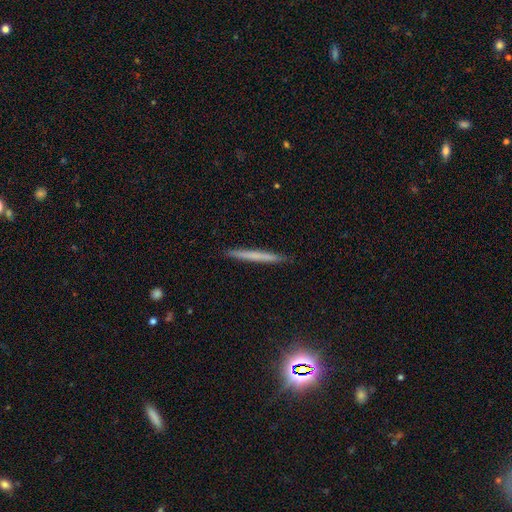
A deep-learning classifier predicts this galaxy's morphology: A smooth galaxy with no disk features (60%) that is cigar-shaped (97%).

Vote fractions:
- Smooth or featured? smooth: 60% / featured or disk: 31% / star or artifact: 8%
- How rounded? cigar-shaped: 97% / in between: 2% / round: 1%
- Merging? none: 91% / minor disturbance: 6% / major disturbance: 1% / merger: 1%